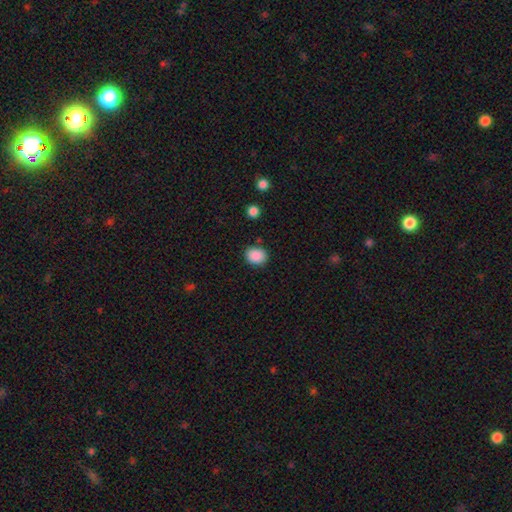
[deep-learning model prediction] smooth_or_featured: smooth (p=0.89) [alt: star or artifact p=0.09]
how_rounded: round (p=0.53) [alt: in between p=0.46]
merging: none (p=0.84) [alt: minor disturbance p=0.10]